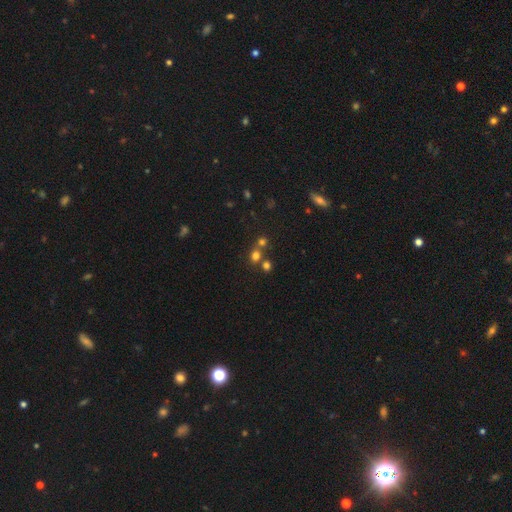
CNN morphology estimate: A smooth galaxy with no disk features (68%) that is round (76%).

Vote fractions:
- Smooth or featured? smooth: 68% / star or artifact: 23% / featured or disk: 9%
- How rounded? round: 76% / in between: 22% / cigar-shaped: 1%
- Merging? none: 57% / merger: 32% / minor disturbance: 8% / major disturbance: 4%